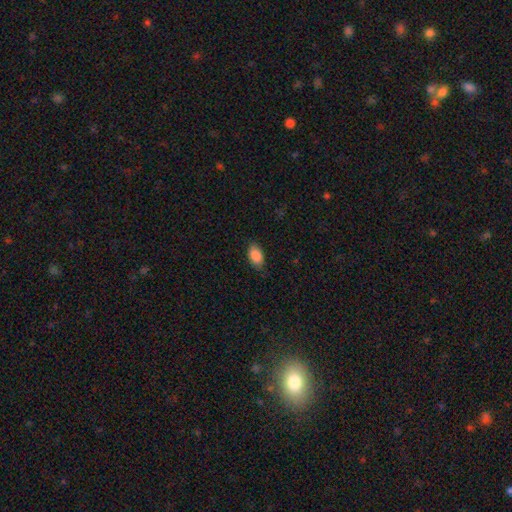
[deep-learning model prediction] The model was most divided on "merging": none: 82%, minor disturbance: 15%, major disturbance: 3%, merger: 1%. More confident: how rounded — in between (93%); smooth or featured — smooth (88%).